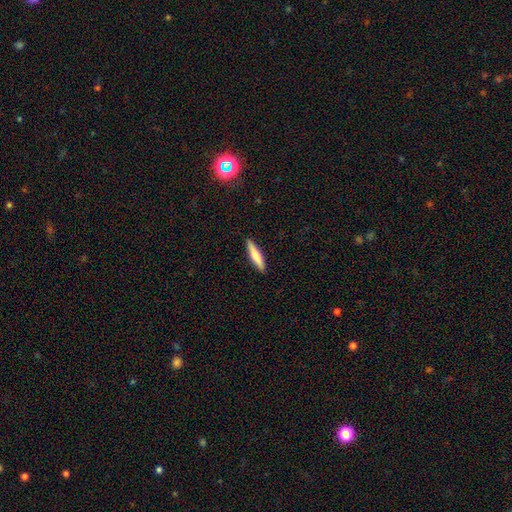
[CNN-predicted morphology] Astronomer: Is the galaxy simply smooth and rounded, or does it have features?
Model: smooth — 72%.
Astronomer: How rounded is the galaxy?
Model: cigar-shaped — 85%.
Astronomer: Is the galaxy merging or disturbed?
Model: none — 90%.